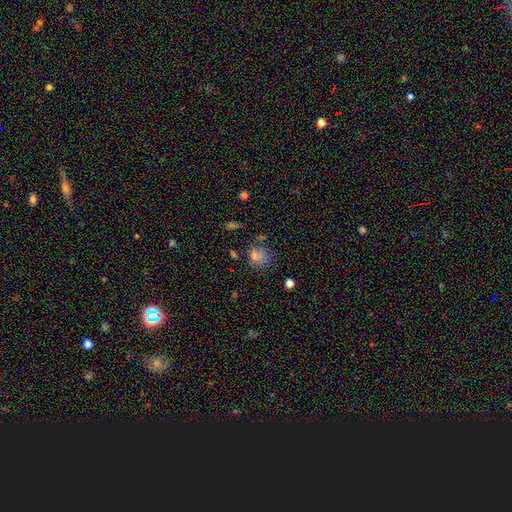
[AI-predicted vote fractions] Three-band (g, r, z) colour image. It shows a smooth galaxy with no disk features (65%) that is round (76%). Merging: none (62%).